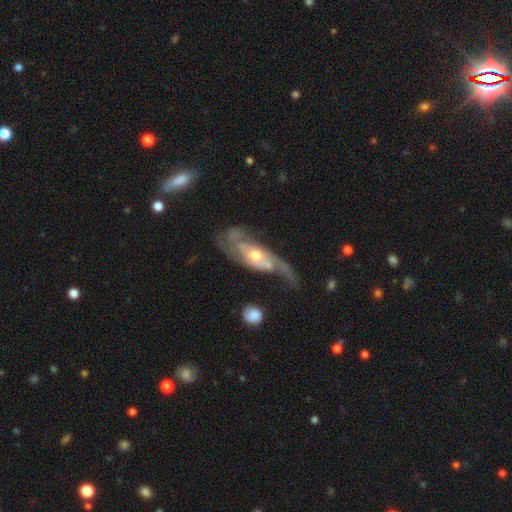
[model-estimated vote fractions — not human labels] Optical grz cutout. It shows a featured or disk galaxy (81%) with no bar (64%), 2 (56%) medium (39%) spiral arms (86%) and a moderate central bulge (62%). Merging: none (42%).